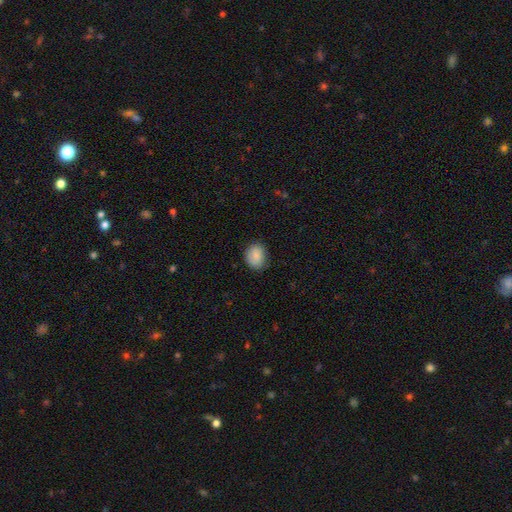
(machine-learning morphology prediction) The model was most divided on "how rounded": in between: 57%, round: 42%, cigar-shaped: 1%. More confident: smooth or featured — smooth (85%); merging — none (80%).